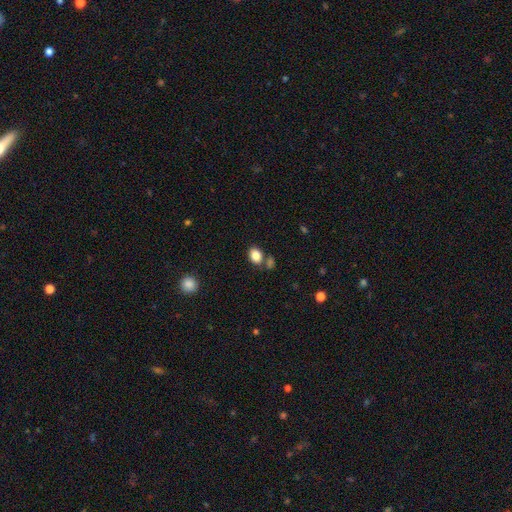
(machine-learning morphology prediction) The model was most divided on "how rounded": in between: 70%, round: 29%, cigar-shaped: 1%. More confident: smooth or featured — smooth (85%); merging — none (67%).